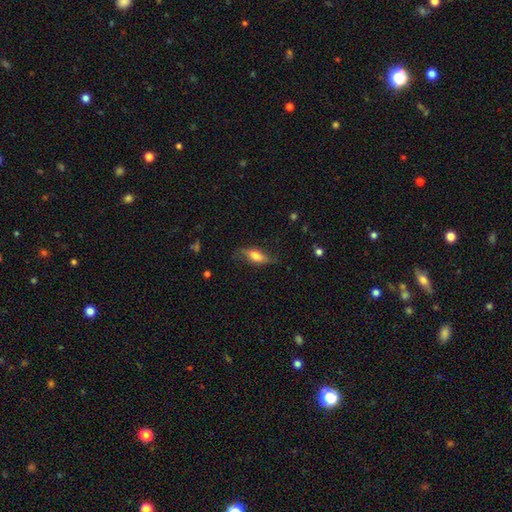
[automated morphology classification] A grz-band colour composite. It shows a smooth galaxy with no disk features (61%) that is in between round and cigar-shaped (69%). Merging: none (66%).